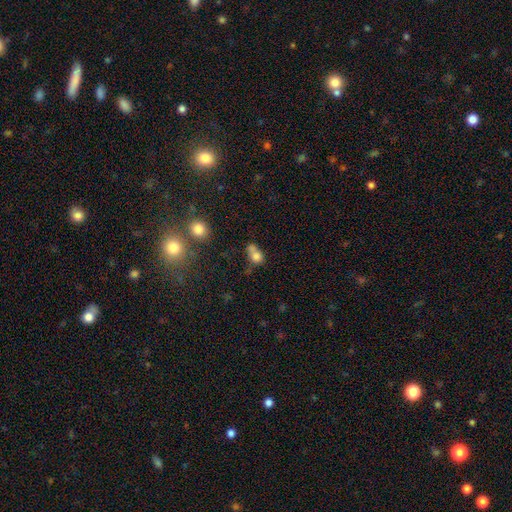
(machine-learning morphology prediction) A smooth galaxy with no disk features (74%) that is in between round and cigar-shaped (56%). Merging: merger (39%).